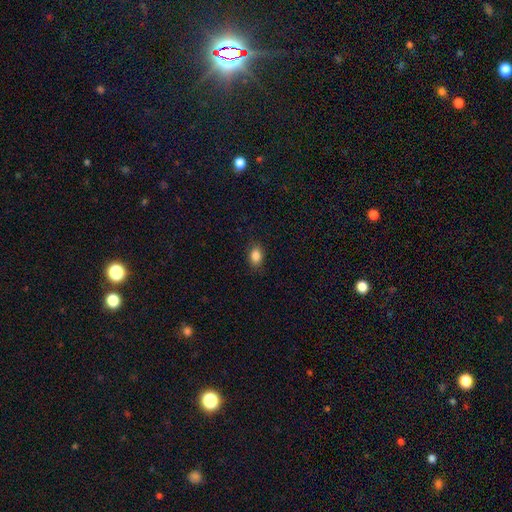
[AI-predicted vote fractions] A smooth galaxy with no disk features (86%) that is in between round and cigar-shaped (75%). Merging: none (87%).